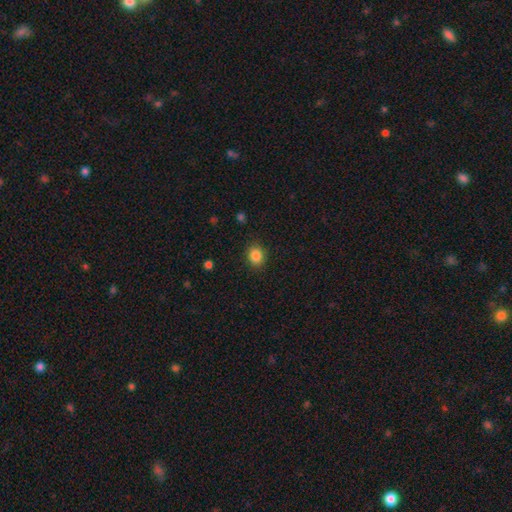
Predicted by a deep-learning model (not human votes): A smooth galaxy with no disk features (86%) that is round (59%). Merging: none (86%).